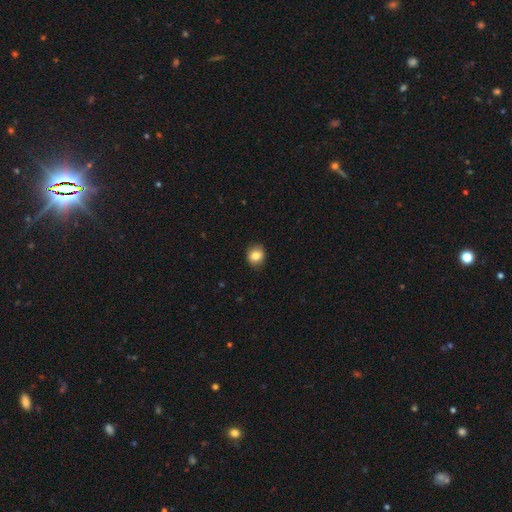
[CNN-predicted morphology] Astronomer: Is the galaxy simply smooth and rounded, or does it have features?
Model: smooth — 83%.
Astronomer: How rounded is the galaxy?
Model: round — 72%.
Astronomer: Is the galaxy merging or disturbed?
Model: none — 86%.